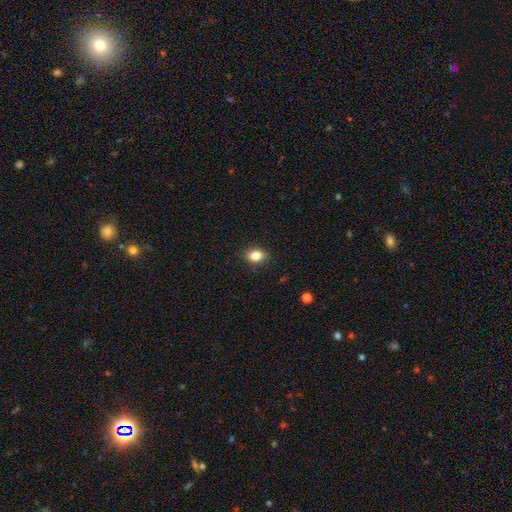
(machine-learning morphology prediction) smooth 82%, star or artifact 10%, featured or disk 8%. Down the decision tree: how rounded — in between (66%); merging — none (87%).